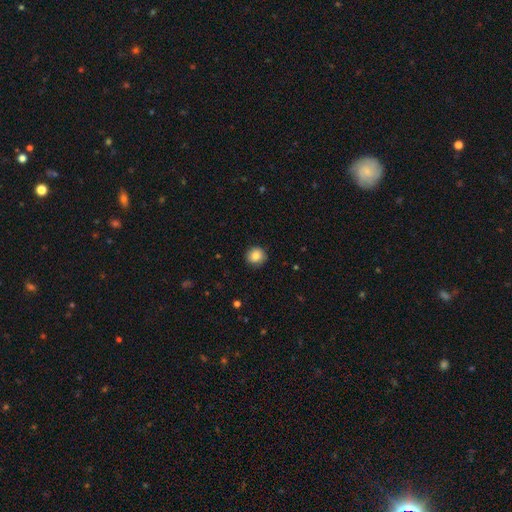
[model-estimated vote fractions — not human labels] This appears to be a smooth galaxy with no disk features (86%) that is round (89%). Merging: none (87%).